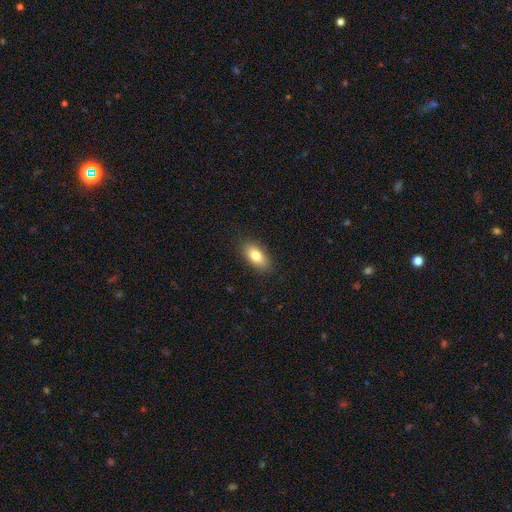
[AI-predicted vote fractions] A smooth galaxy with no disk features (81%) that is in between round and cigar-shaped (87%).

Vote fractions:
- Smooth or featured? smooth: 81% / featured or disk: 12% / star or artifact: 7%
- How rounded? in between: 87% / cigar-shaped: 9% / round: 4%
- Merging? none: 86% / minor disturbance: 10% / major disturbance: 3% / merger: 1%